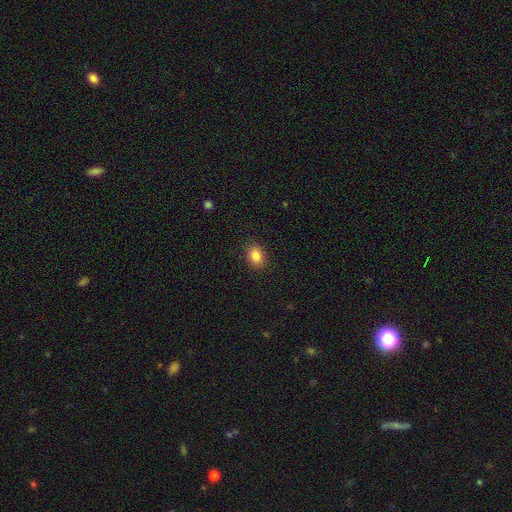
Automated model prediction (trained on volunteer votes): Smooth or featured? Predicted: smooth (p=0.86). How rounded? Predicted: in between (p=0.72). Merging? Predicted: none (p=0.89).